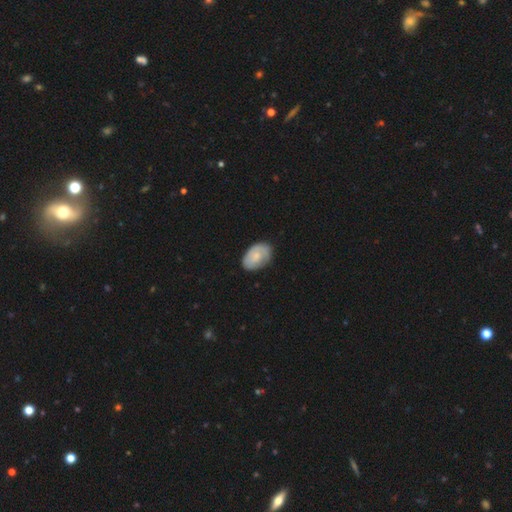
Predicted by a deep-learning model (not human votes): Smooth or featured: smooth — 63% (featured or disk — 31%)
How rounded: in between — 88% (round — 11%)
Merging: none — 73% (minor disturbance — 21%)